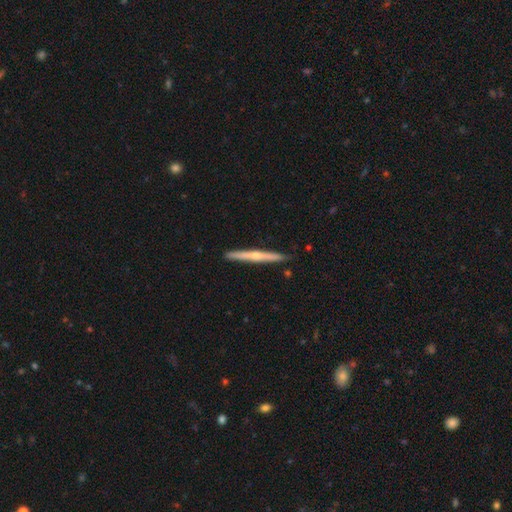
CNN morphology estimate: The model was most divided on "smooth or featured": featured or disk: 65%, smooth: 30%, star or artifact: 5%. More confident: edge-on disk — yes (98%); merging — none (91%); edge-on bulge — rounded (72%).